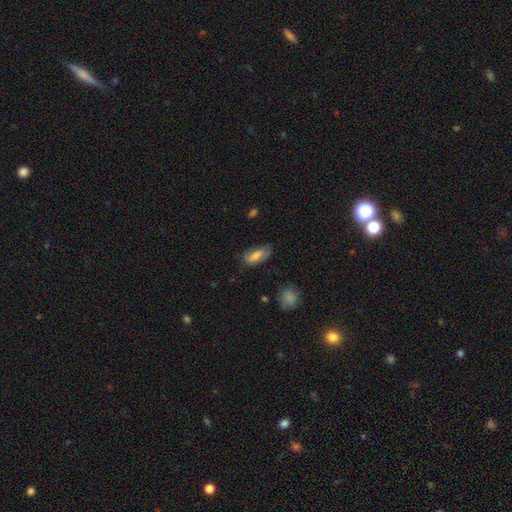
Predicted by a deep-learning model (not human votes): Smooth or featured? smooth (72%)
How rounded? in between (83%)
Merging? none (70%)